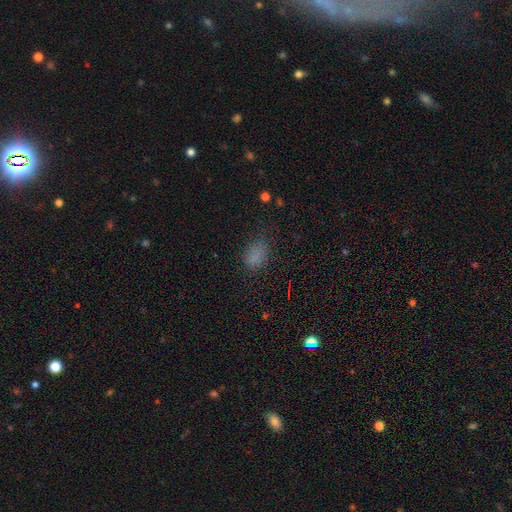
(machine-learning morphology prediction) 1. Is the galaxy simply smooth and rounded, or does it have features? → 77% smooth, 17% star or artifact, 6% featured or disk.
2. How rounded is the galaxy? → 82% in between, 16% round, 2% cigar-shaped.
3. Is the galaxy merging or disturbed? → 69% none, 21% minor disturbance, 9% major disturbance, 2% merger.